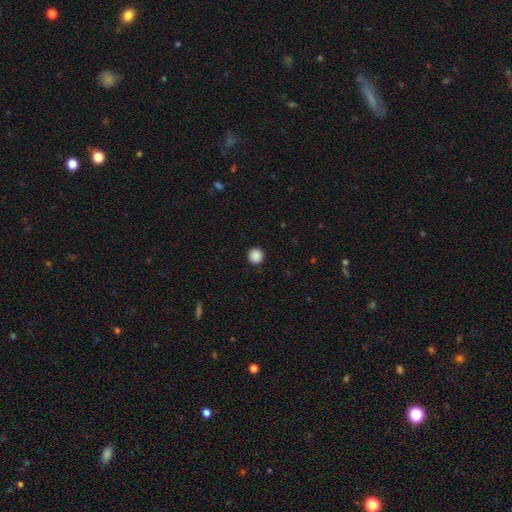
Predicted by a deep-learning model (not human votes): Smooth or featured: smooth — 88% (star or artifact — 10%)
How rounded: round — 94% (in between — 5%)
Merging: none — 93% (minor disturbance — 5%)